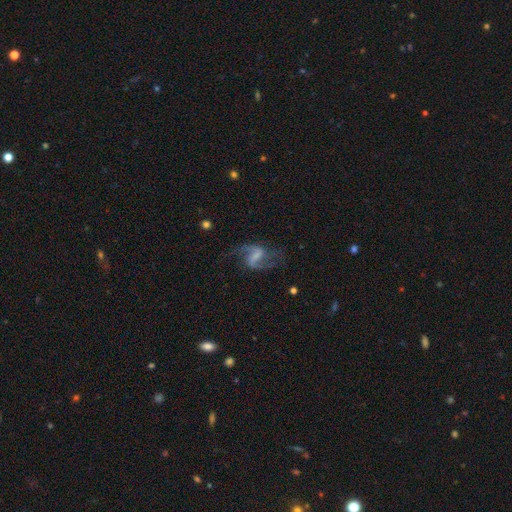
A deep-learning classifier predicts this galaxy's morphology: type=featured or disk (82%); edge-on=no (97%); bar=weak (44%); spiral arms=yes (93%); winding=loose (63%); arm count=2 (90%); bulge=none (49%); merging=none (64%).